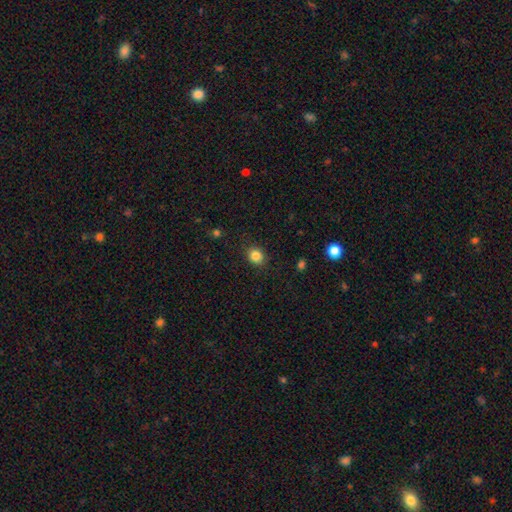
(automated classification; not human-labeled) Smooth or featured? smooth (85%)
How rounded? round (67%)
Merging? none (86%)